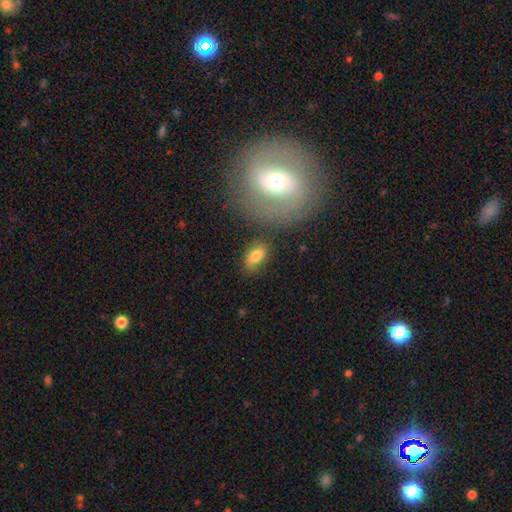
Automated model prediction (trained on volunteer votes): Smooth or featured: smooth — 77% (featured or disk — 13%)
How rounded: in between — 89% (round — 7%)
Merging: none — 74% (minor disturbance — 15%)